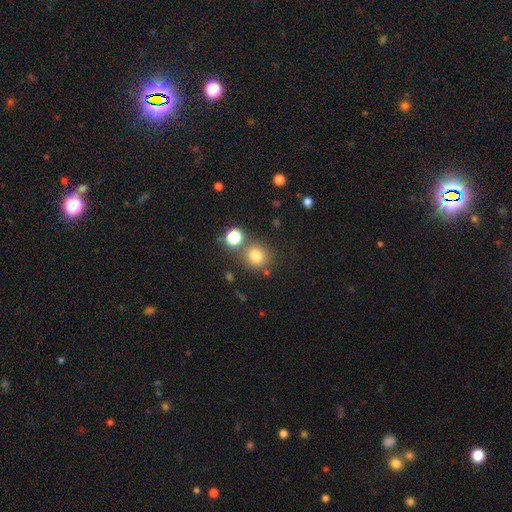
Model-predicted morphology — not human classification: Q: Smooth or featured?
A: smooth (78%); runner-up: star or artifact (15%)
Q: How rounded?
A: round (84%); runner-up: in between (15%)
Q: Merging?
A: none (72%); runner-up: merger (14%)